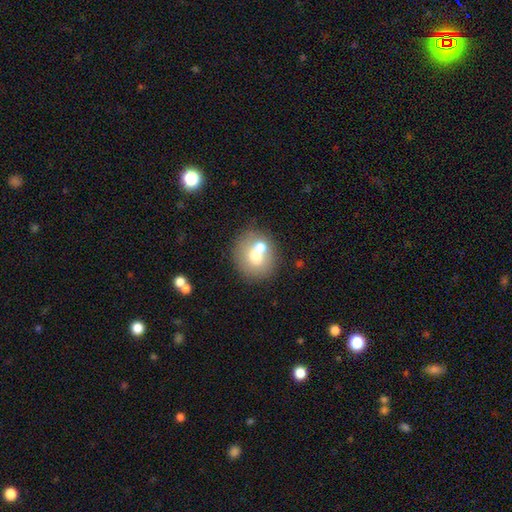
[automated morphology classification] The model was most divided on "merging": none: 53%, merger: 34%, minor disturbance: 9%, major disturbance: 4%. More confident: how rounded — round (80%); smooth or featured — smooth (64%).